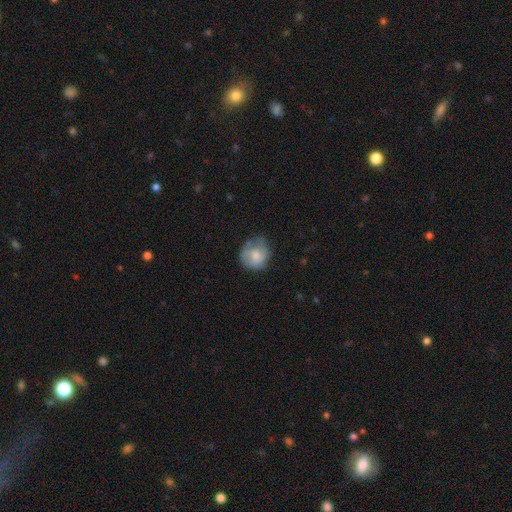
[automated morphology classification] This is likely a smooth galaxy (67%). How rounded: likely round (78%). Merging: possibly none (56%).